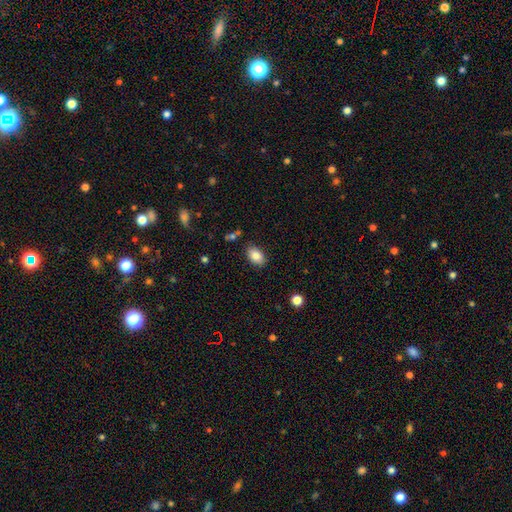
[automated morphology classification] A smooth galaxy with no disk features (85%) that is in between round and cigar-shaped (88%). Merging: none (84%).